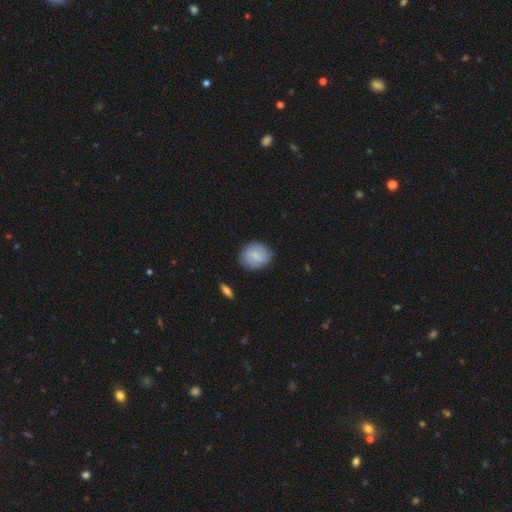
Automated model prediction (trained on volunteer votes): smooth-or-featured: smooth: 69% | featured or disk: 24% | star or artifact: 7%
  how-rounded: round: 61% | in between: 37% | cigar-shaped: 1%
  merging: none: 83% | minor disturbance: 12% | major disturbance: 3% | merger: 2%